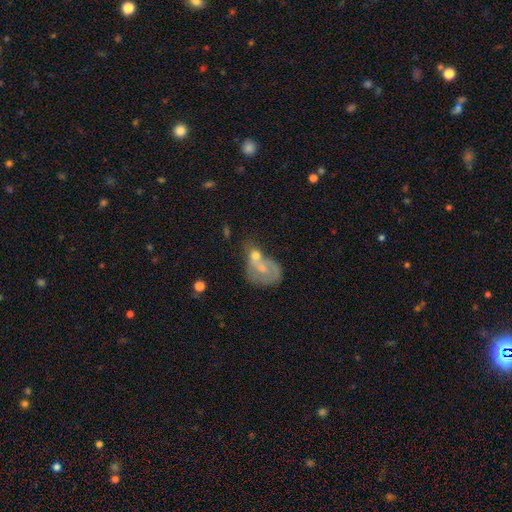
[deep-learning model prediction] Smooth or featured: featured or disk — 48% (smooth — 40%)
Merging: merger — 50% (none — 24%)